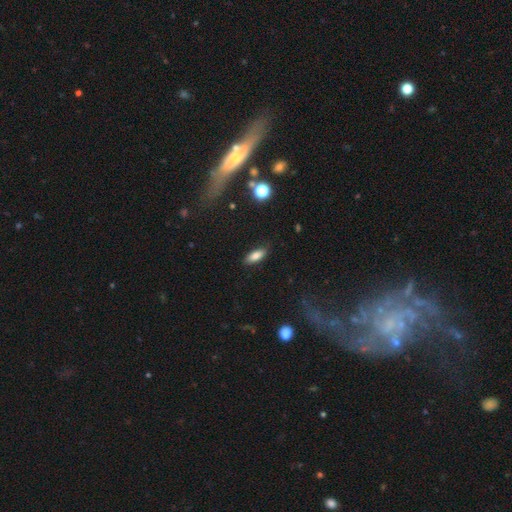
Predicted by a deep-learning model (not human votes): smooth 81%, featured or disk 11%, star or artifact 8%. Down the decision tree: how rounded — in between (74%); merging — none (85%).